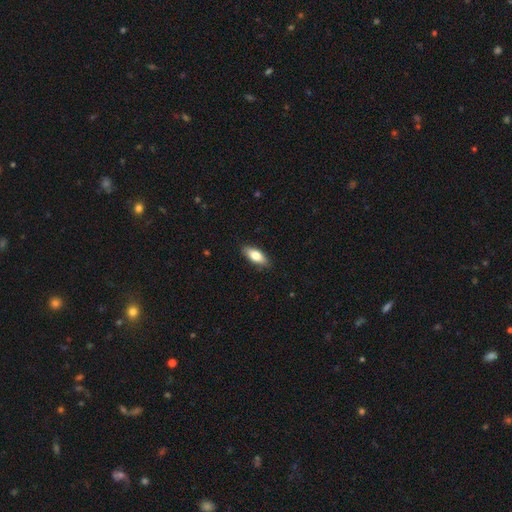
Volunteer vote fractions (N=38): Smooth or featured?
  - smooth: 79% *
  - featured or disk: 18%
  - star or artifact: 3%
How rounded?
  - in between: 80% *
  - cigar-shaped: 17%
  - round: 3%
Merging?
  - none: 86% *
  - minor disturbance: 8%
  - major disturbance: 5%
  - merger: 0%